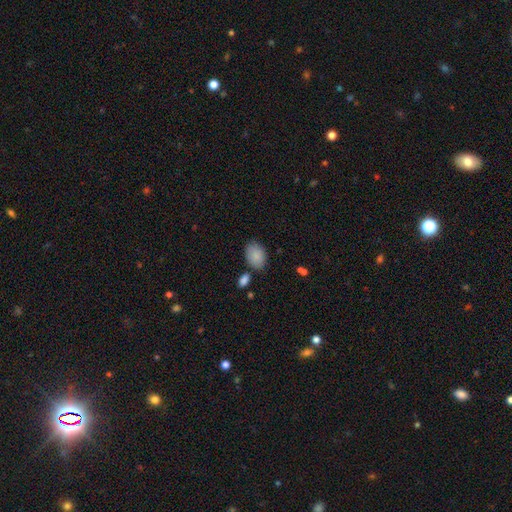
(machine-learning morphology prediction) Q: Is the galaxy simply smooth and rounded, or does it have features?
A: smooth — 87%.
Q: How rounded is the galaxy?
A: in between — 84%.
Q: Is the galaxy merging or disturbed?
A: none — 73%.